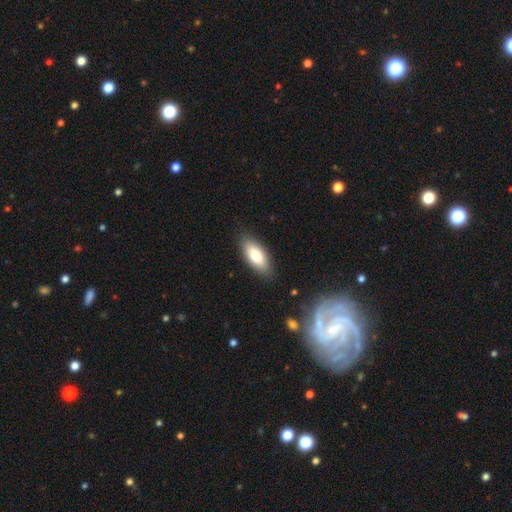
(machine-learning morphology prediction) Q: Smooth or featured?
A: smooth (76%); runner-up: featured or disk (17%)
Q: How rounded?
A: in between (84%); runner-up: cigar-shaped (14%)
Q: Merging?
A: none (86%); runner-up: minor disturbance (11%)